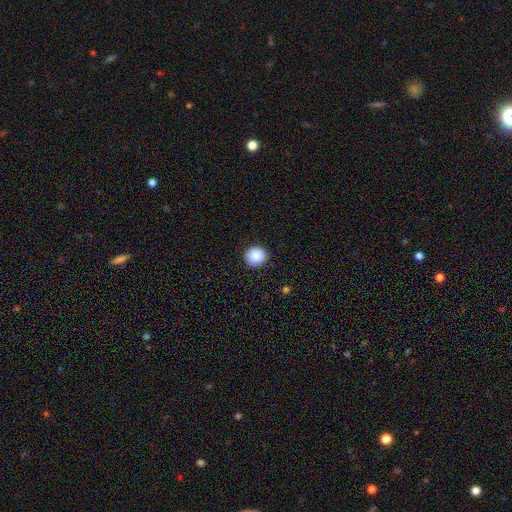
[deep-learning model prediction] A smooth galaxy with no disk features (89%) that is round (90%).

Vote fractions:
- Smooth or featured? smooth: 89% / star or artifact: 8% / featured or disk: 3%
- How rounded? round: 90% / in between: 9% / cigar-shaped: 1%
- Merging? none: 91% / minor disturbance: 6% / major disturbance: 2% / merger: 1%